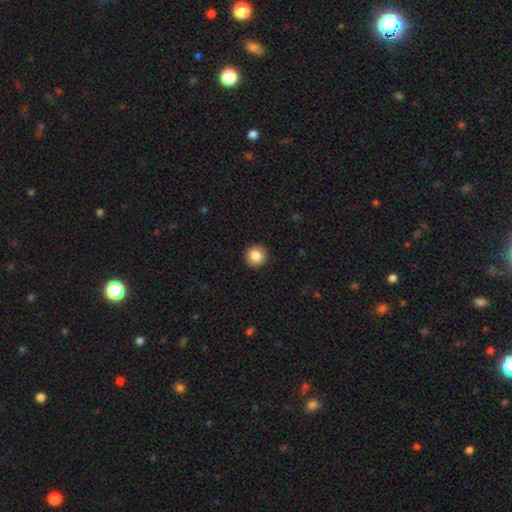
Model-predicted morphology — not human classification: Smooth or featured? Predicted: smooth (p=0.86). How rounded? Predicted: round (p=0.93). Merging? Predicted: none (p=0.92).